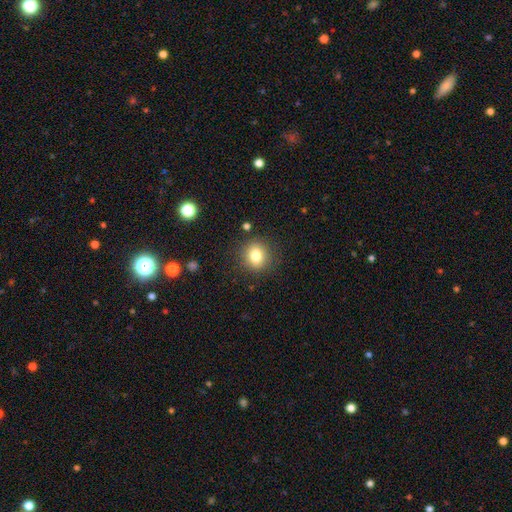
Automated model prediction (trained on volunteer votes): Smooth or featured: smooth — 80% (star or artifact — 11%)
How rounded: round — 77% (in between — 22%)
Merging: none — 88% (minor disturbance — 8%)